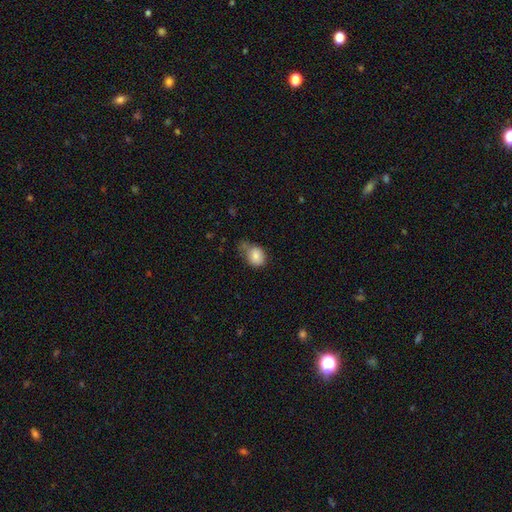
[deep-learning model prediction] Morphology: type=smooth (82%); roundness=in between (51%); merging=none (41%).